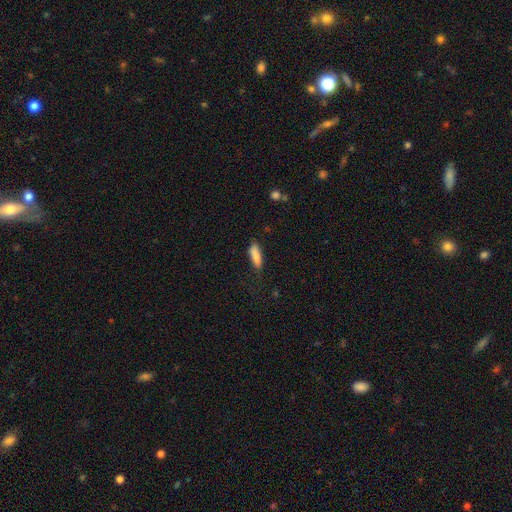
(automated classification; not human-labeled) Morphology: type=smooth (83%); roundness=cigar-shaped (53%); merging=none (73%).